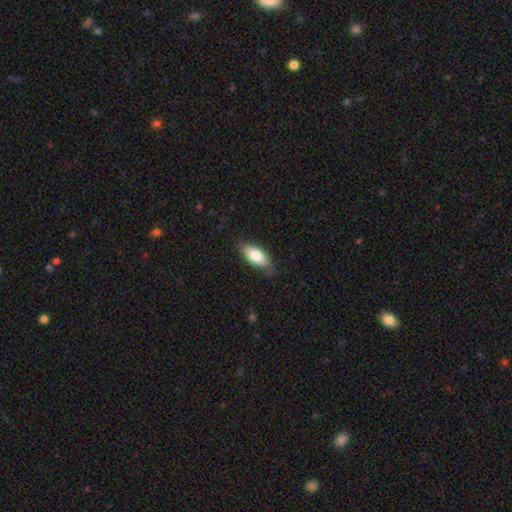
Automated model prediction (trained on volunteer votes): Q: Smooth or featured?
A: smooth (81%); runner-up: featured or disk (13%)
Q: How rounded?
A: in between (88%); runner-up: cigar-shaped (10%)
Q: Merging?
A: none (73%); runner-up: minor disturbance (22%)